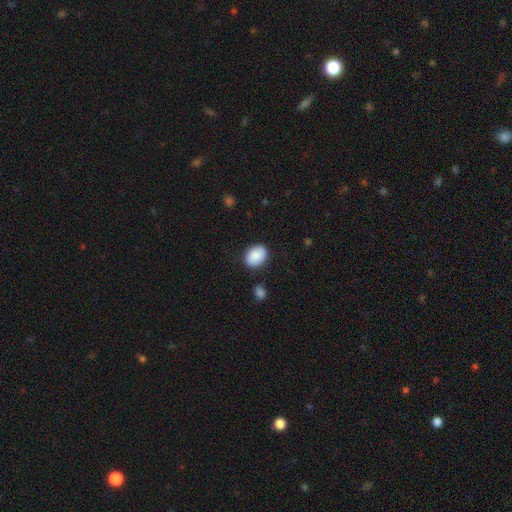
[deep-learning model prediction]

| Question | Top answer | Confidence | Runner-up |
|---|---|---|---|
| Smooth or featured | smooth | 89% | star or artifact (7%) |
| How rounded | in between | 70% | round (29%) |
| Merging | none | 83% | minor disturbance (11%) |